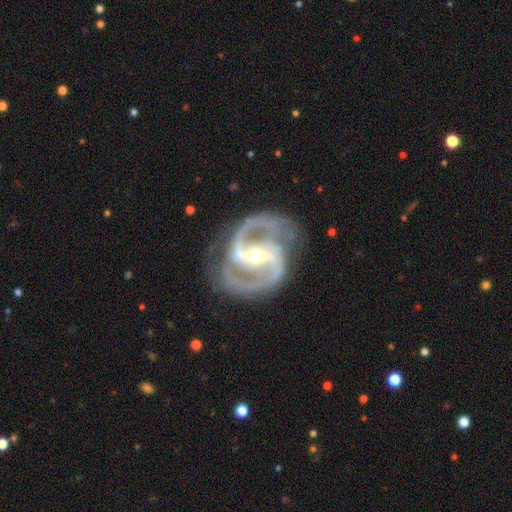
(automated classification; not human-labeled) featured or disk 94%, star or artifact 4%, smooth 2%. Down the decision tree: edge-on disk — no (98%); bar — strong (63%); spiral arms — yes (98%); spiral arm count — 2 (91%); spiral winding — medium (65%); bulge size — moderate (57%); merging — none (76%).